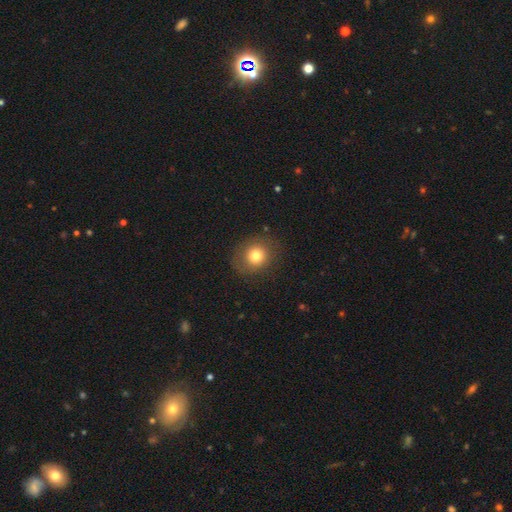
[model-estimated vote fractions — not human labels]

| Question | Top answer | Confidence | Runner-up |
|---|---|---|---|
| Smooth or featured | smooth | 76% | featured or disk (12%) |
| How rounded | round | 78% | in between (21%) |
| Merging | none | 84% | minor disturbance (11%) |